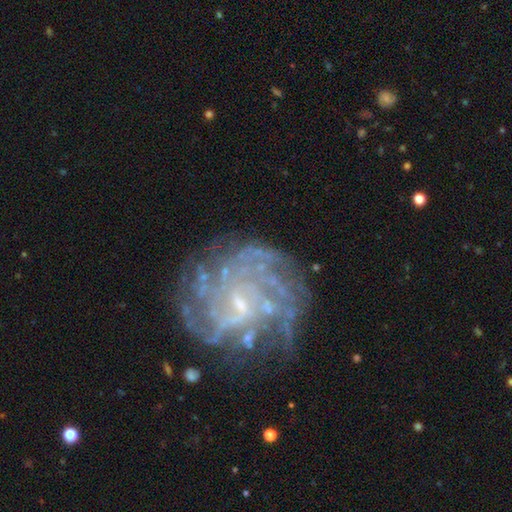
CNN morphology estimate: Smooth or featured?
  - featured or disk: 84% *
  - star or artifact: 8%
  - smooth: 7%
Edge-on disk?
  - no: 98% *
  - yes: 2%
Bar?
  - weak: 53% *
  - no: 35%
  - strong: 12%
Spiral arms?
  - yes: 87% *
  - no: 13%
Spiral winding?
  - tight: 52% *
  - medium: 33%
  - loose: 14%
Spiral arm count?
  - can't tell: 43% *
  - 4: 16%
  - 3: 13%
  - 2: 11%
  - more than 4: 11%
  - 1: 7%
Bulge size?
  - small: 60% *
  - moderate: 22%
  - none: 16%
  - large: 1%
  - dominant: 1%
Merging?
  - none: 61% *
  - minor disturbance: 18%
  - major disturbance: 17%
  - merger: 3%